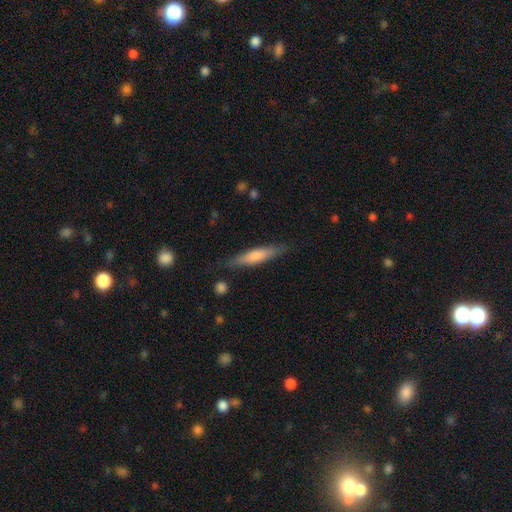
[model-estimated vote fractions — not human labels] Smooth or featured: smooth — 48% (featured or disk — 45%)
Merging: none — 84% (minor disturbance — 12%)